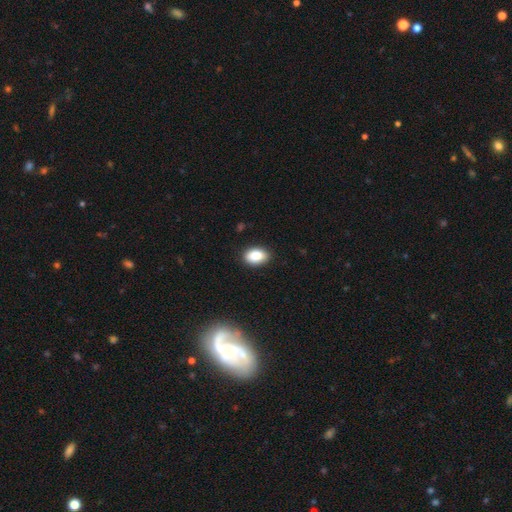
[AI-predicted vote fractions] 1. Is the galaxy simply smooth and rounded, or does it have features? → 87% smooth, 8% star or artifact, 5% featured or disk.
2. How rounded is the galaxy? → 88% in between, 11% round, 1% cigar-shaped.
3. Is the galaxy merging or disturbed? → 87% none, 9% minor disturbance, 2% major disturbance, 1% merger.